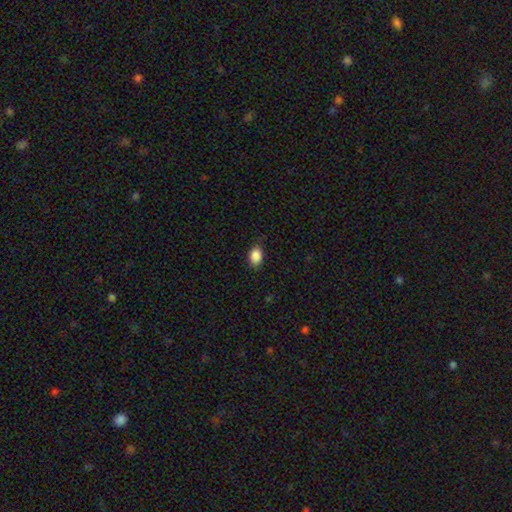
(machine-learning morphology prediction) The model was most divided on "how rounded": in between: 79%, round: 20%, cigar-shaped: 1%. More confident: smooth or featured — smooth (88%); merging — none (82%).